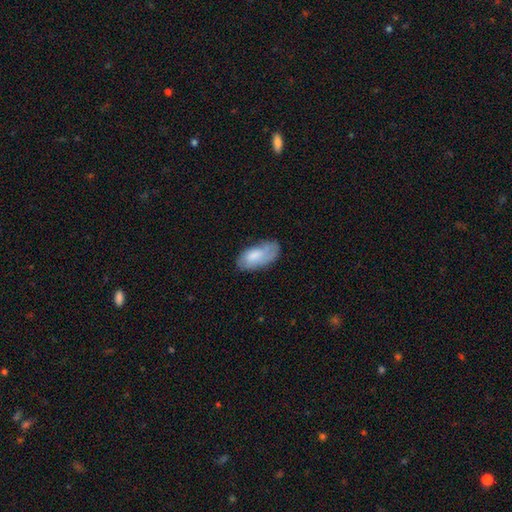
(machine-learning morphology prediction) This is likely a smooth galaxy (62%). How rounded: clearly in between (93%). Merging: possibly none (59%).